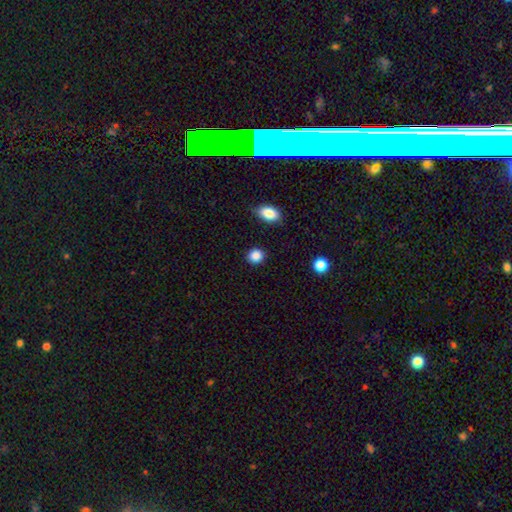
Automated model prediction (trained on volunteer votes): Q: Smooth or featured?
A: smooth (87%); runner-up: star or artifact (9%)
Q: How rounded?
A: round (81%); runner-up: in between (18%)
Q: Merging?
A: none (88%); runner-up: minor disturbance (7%)